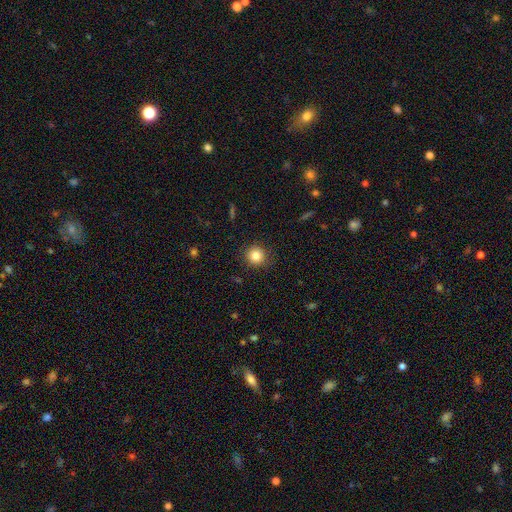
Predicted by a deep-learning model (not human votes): smooth 83%, star or artifact 11%, featured or disk 6%. Down the decision tree: how rounded — round (93%); merging — none (89%).